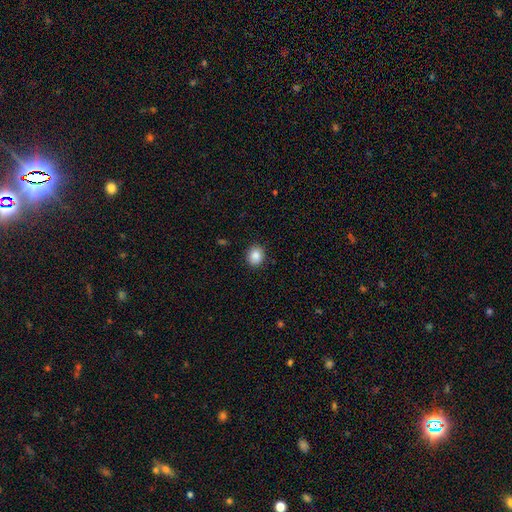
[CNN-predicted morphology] smooth_or_featured: smooth (p=0.87) [alt: star or artifact p=0.09]
how_rounded: round (p=0.71) [alt: in between p=0.29]
merging: none (p=0.89) [alt: minor disturbance p=0.08]